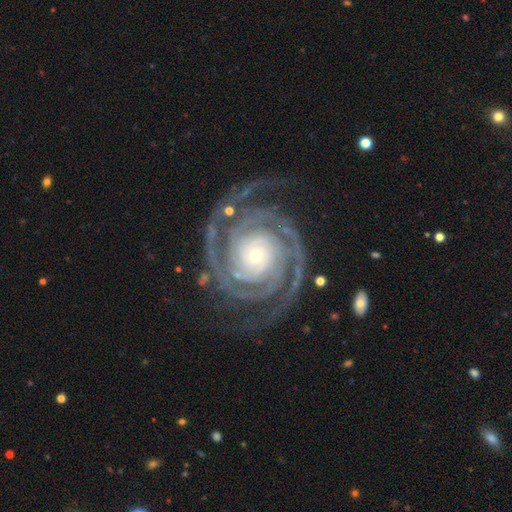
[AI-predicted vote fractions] Smooth or featured: featured or disk — 94% (star or artifact — 4%)
Edge-on disk: no — 98% (yes — 2%)
Bar: no — 73% (weak — 14%)
Spiral arms: yes — 99% (no — 1%)
Spiral winding: tight — 81% (medium — 17%)
Spiral arm count: 2 — 66% (3 — 13%)
Bulge size: small — 70% (moderate — 25%)
Merging: none — 79% (minor disturbance — 13%)